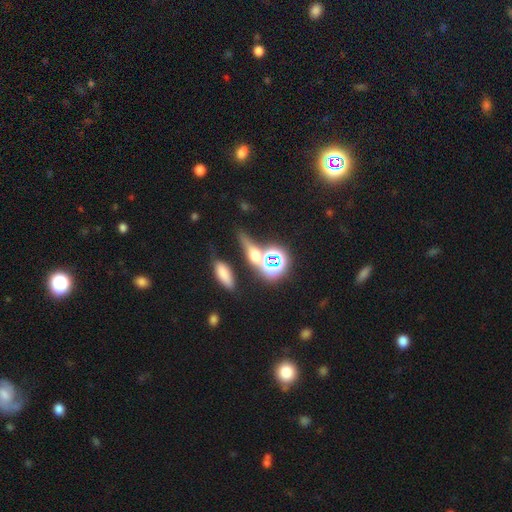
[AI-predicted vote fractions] Q: Smooth or featured?
A: smooth (41%); tied with: star or artifact (41%)
Q: Merging?
A: none (64%); runner-up: merger (17%)